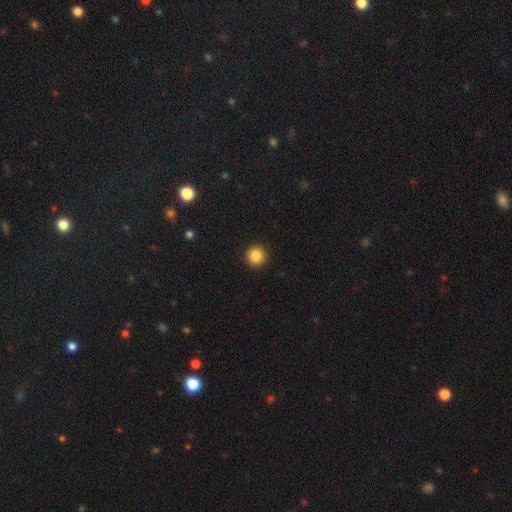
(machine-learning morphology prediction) The model was most divided on "smooth or featured": smooth: 86%, star or artifact: 10%, featured or disk: 4%. More confident: how rounded — round (95%); merging — none (93%).